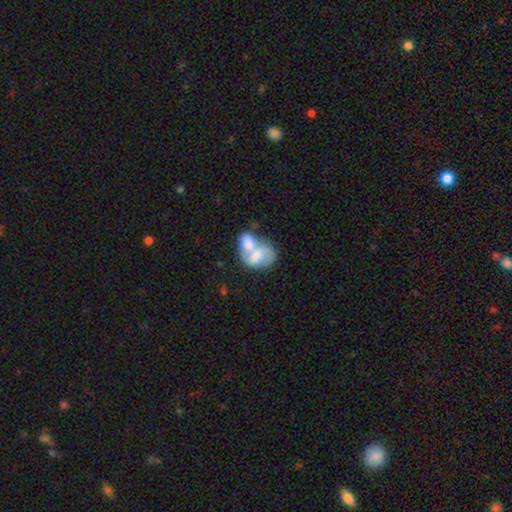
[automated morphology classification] Smooth or featured? Predicted: smooth (p=0.62). How rounded? Predicted: in between (p=0.77). Merging? Predicted: merger (p=0.77).